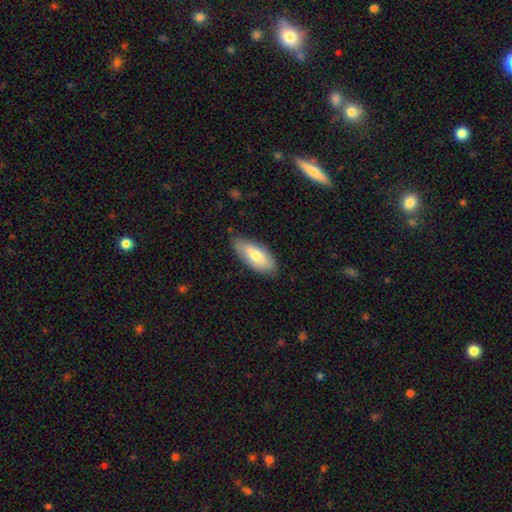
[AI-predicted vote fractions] A smooth galaxy with no disk features (72%) that is in between round and cigar-shaped (79%). Merging: none (81%).